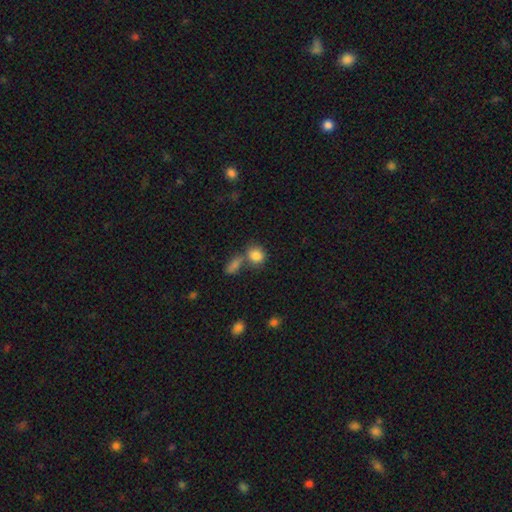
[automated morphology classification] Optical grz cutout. It shows a smooth galaxy with no disk features (84%) that is round (67%). Merging: none (50%).